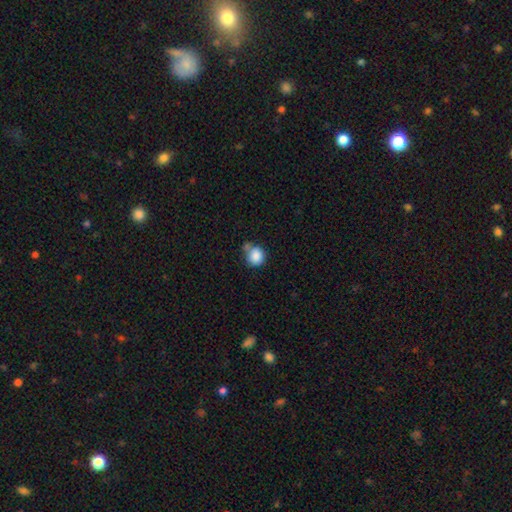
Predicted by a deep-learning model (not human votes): Overall: smooth (86%). How rounded: round (86%). Merging: none (56%; minor disturbance 19%).